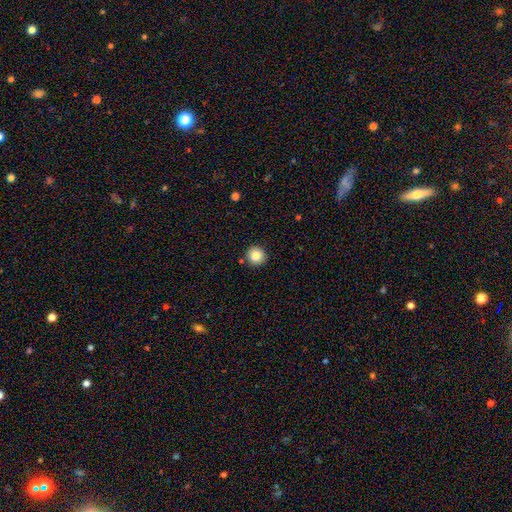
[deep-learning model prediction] The model was most divided on "smooth or featured": smooth: 84%, star or artifact: 10%, featured or disk: 7%. More confident: how rounded — round (95%); merging — none (91%).